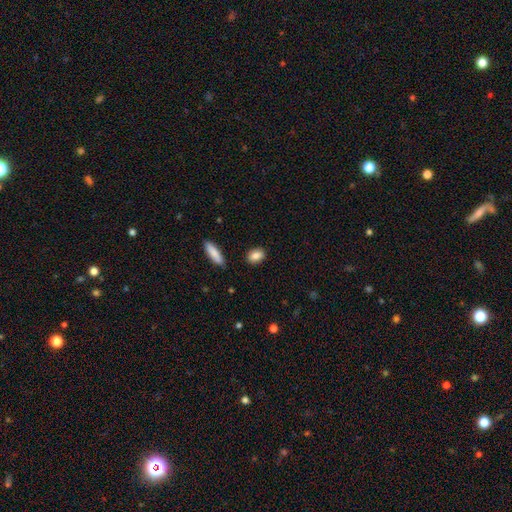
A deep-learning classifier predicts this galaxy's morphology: type=smooth (86%); roundness=in between (83%); merging=none (88%).